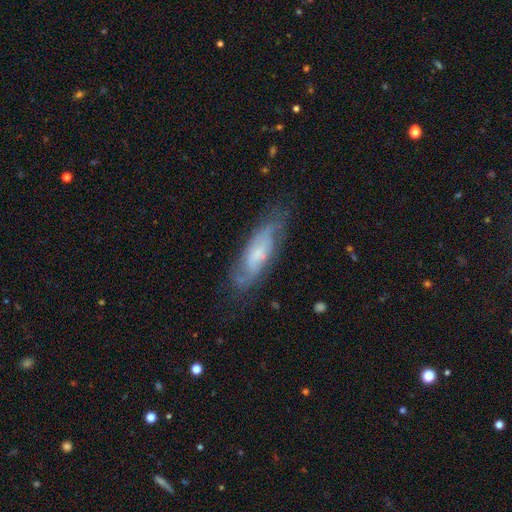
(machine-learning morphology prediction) A featured or disk galaxy (58%). Merging: none (72%).